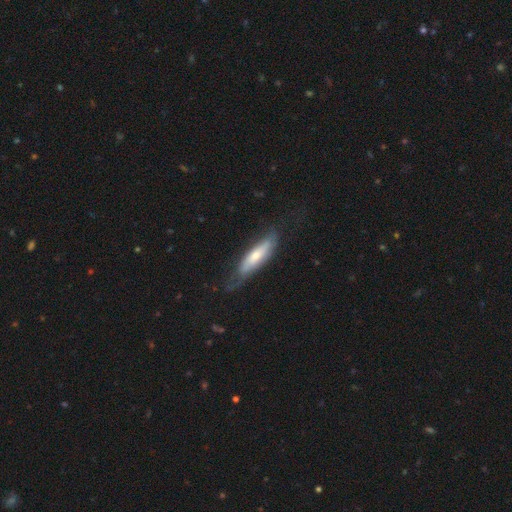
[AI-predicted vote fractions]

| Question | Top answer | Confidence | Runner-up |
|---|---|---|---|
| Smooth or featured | smooth | 47% | tied: featured or disk (47%) |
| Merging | none | 56% | minor disturbance (28%) |